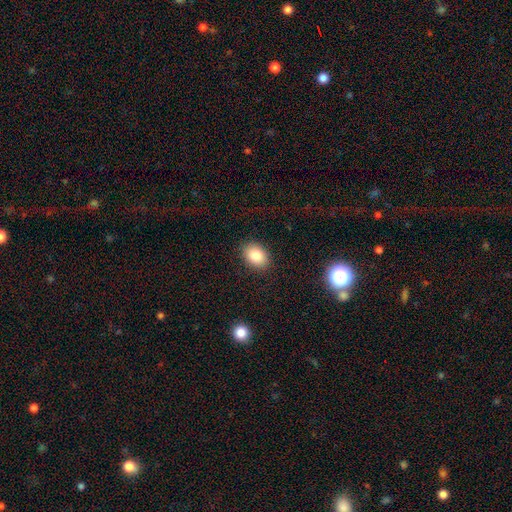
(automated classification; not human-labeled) This appears to be a smooth galaxy with no disk features (84%) that is in between round and cigar-shaped (74%). Merging: none (88%).